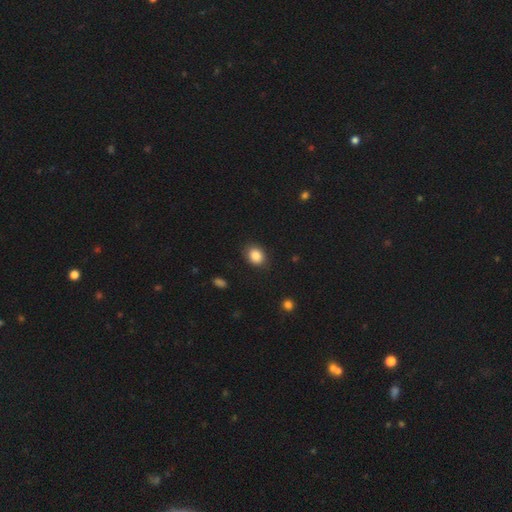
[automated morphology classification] The model was most divided on "how rounded": in between: 50%, round: 49%, cigar-shaped: 1%. More confident: merging — none (87%); smooth or featured — smooth (85%).